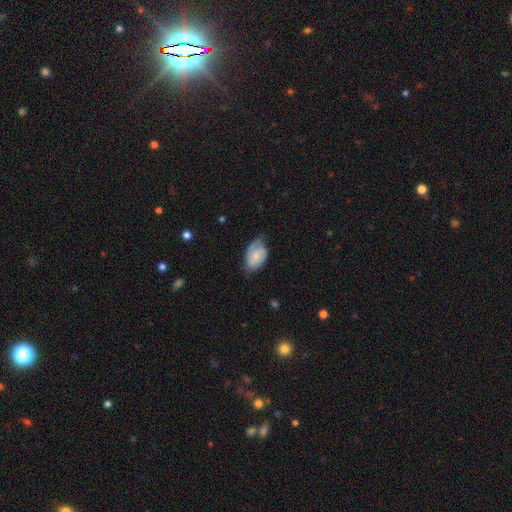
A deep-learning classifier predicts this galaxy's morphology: Smooth or featured?
  - smooth: 51% *
  - featured or disk: 42%
  - star or artifact: 7%
How rounded?
  - in between: 87% *
  - round: 12%
  - cigar-shaped: 1%
Merging?
  - none: 49% *
  - minor disturbance: 37%
  - major disturbance: 12%
  - merger: 2%